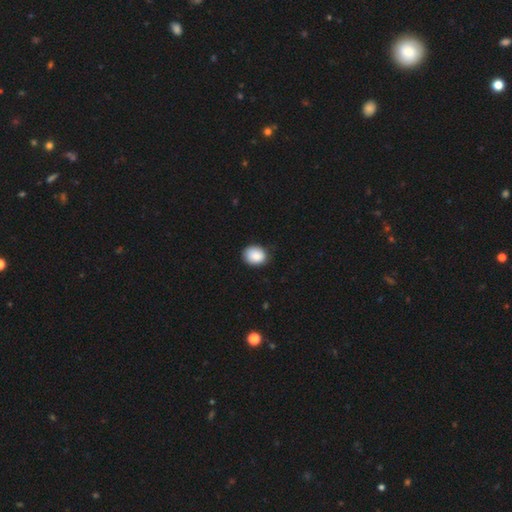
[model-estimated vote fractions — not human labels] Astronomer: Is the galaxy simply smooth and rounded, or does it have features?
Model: smooth — 88%.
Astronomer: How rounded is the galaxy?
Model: round — 53% (runner-up: in between, 46%).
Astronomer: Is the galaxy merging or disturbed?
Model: none — 80%.